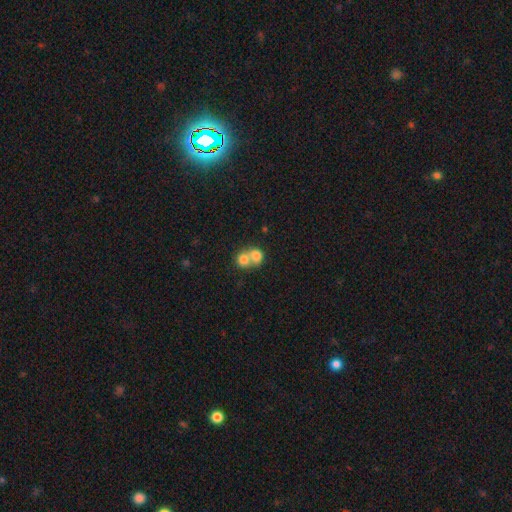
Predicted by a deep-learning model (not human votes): smooth-or-featured: smooth: 75% | featured or disk: 16% | star or artifact: 9%
  how-rounded: round: 73% | in between: 26% | cigar-shaped: 1%
  merging: merger: 74% | none: 20% | minor disturbance: 4% | major disturbance: 2%